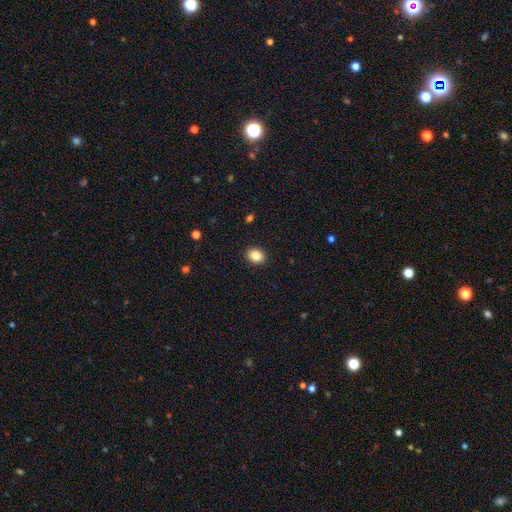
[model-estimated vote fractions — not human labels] Smooth or featured? smooth (85%)
How rounded? in between (53%)
Merging? none (91%)